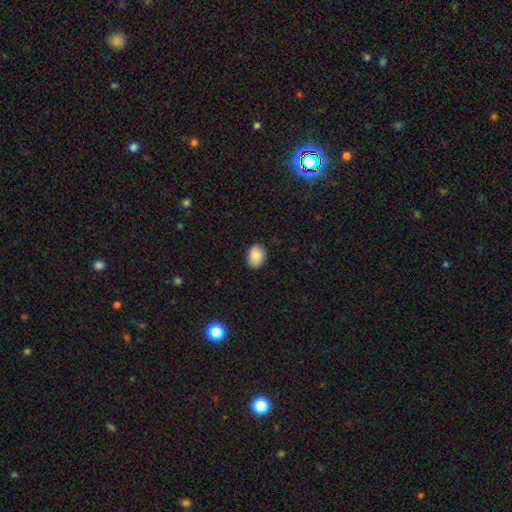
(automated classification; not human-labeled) A smooth galaxy with no disk features (85%) that is in between round and cigar-shaped (69%).

Vote fractions:
- Smooth or featured? smooth: 85% / star or artifact: 8% / featured or disk: 7%
- How rounded? in between: 69% / round: 30% / cigar-shaped: 1%
- Merging? none: 82% / minor disturbance: 15% / major disturbance: 3% / merger: 1%